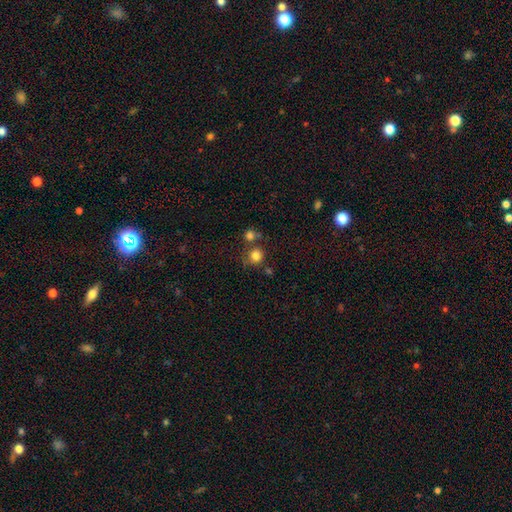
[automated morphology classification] type=smooth (81%); roundness=round (92%); merging=none (68%).